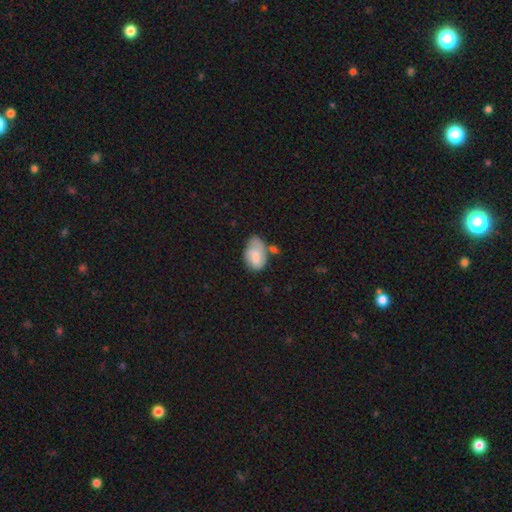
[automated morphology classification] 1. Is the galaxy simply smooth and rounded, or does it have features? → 60% smooth, 33% featured or disk, 7% star or artifact.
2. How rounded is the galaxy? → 87% in between, 12% round, 2% cigar-shaped.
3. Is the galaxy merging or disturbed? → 35% none, 33% minor disturbance, 17% major disturbance, 16% merger.